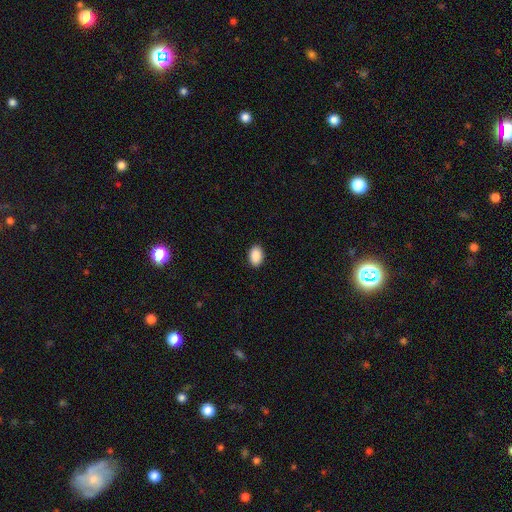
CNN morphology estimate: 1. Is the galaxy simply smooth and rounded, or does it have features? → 91% smooth, 7% star or artifact, 2% featured or disk.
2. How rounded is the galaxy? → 89% in between, 10% round, 1% cigar-shaped.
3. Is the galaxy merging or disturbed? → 91% none, 7% minor disturbance, 2% major disturbance, 1% merger.